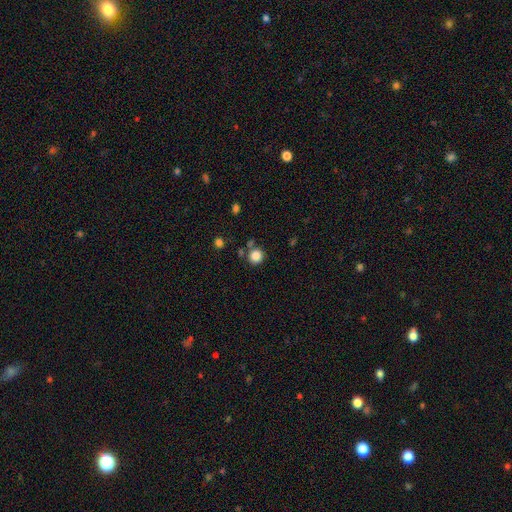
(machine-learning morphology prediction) smooth-or-featured: smooth: 85% | star or artifact: 11% | featured or disk: 4%
  how-rounded: round: 92% | in between: 7% | cigar-shaped: 1%
  merging: none: 78% | minor disturbance: 10% | merger: 9% | major disturbance: 3%